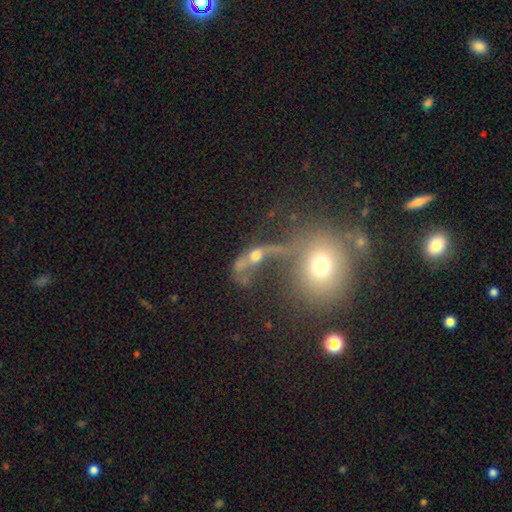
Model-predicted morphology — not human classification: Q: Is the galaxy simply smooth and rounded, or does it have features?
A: featured or disk — 43%.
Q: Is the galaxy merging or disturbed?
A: merger — 43%.